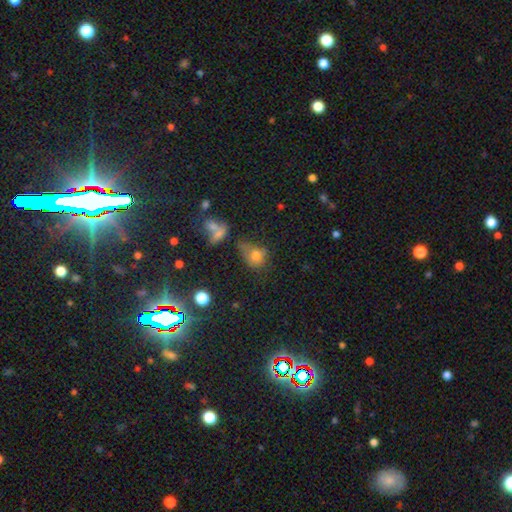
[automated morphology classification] This appears to be a smooth galaxy with no disk features (68%) that is round (52%). Merging: none (39%).